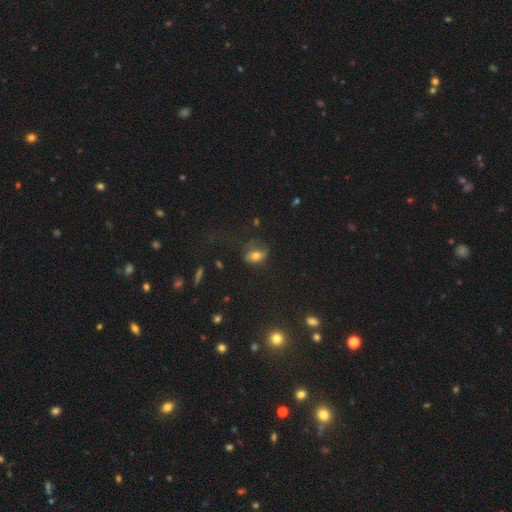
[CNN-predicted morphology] This appears to be a smooth galaxy with no disk features (64%) that is in between round and cigar-shaped (76%). Merging: none (52%).